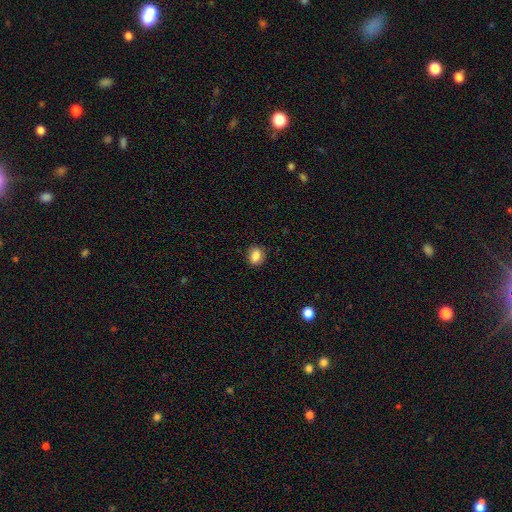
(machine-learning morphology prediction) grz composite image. It shows a smooth galaxy with no disk features (84%) that is round (52%). Merging: none (86%).